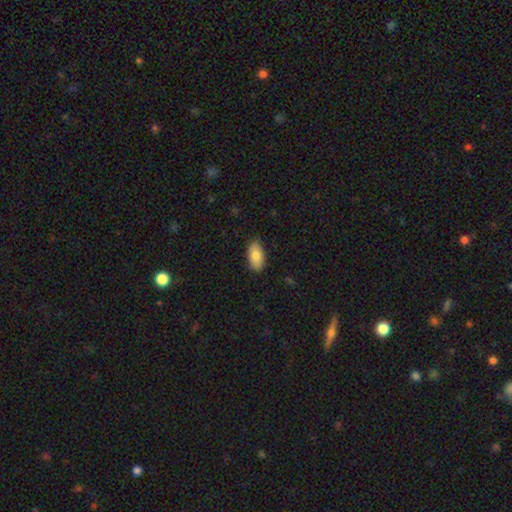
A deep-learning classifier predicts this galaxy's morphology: This appears to be a smooth galaxy with no disk features (83%) that is in between round and cigar-shaped (94%). Merging: none (87%).